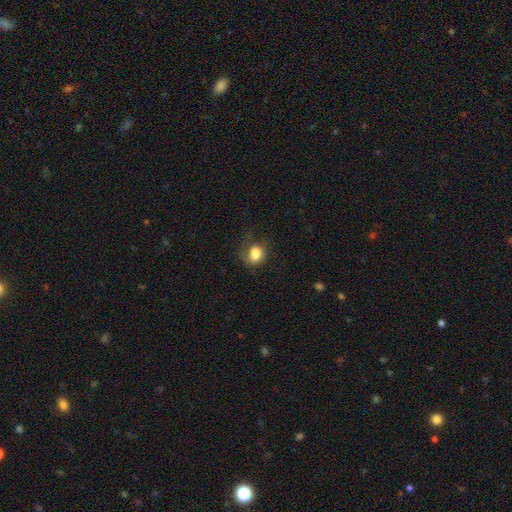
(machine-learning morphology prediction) Q: Smooth or featured?
A: smooth (79%); runner-up: featured or disk (12%)
Q: How rounded?
A: round (60%); runner-up: in between (39%)
Q: Merging?
A: none (46%); runner-up: minor disturbance (26%)